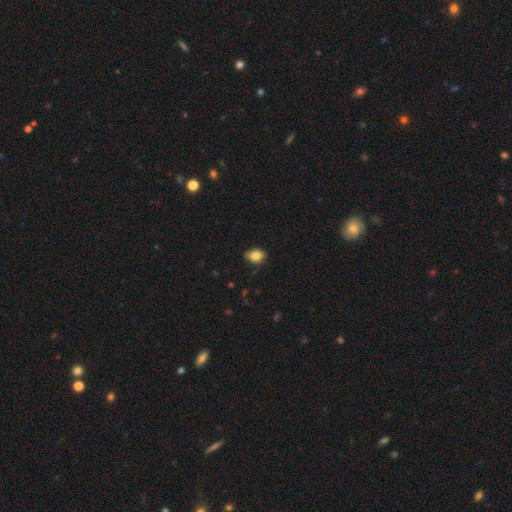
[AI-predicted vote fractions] Overall: smooth (85%). How rounded: in between (72%). Merging: none (75%).